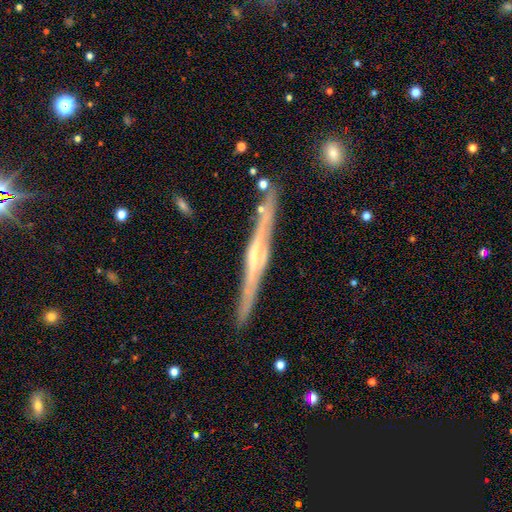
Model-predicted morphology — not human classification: smooth-or-featured: featured or disk: 81% | smooth: 13% | star or artifact: 6%
  disk-edge-on: yes: 97% | no: 3%
    edge-on-bulge: rounded: 55% | none: 26% | boxy: 19%
  merging: none: 86% | minor disturbance: 10% | merger: 2% | major disturbance: 2%